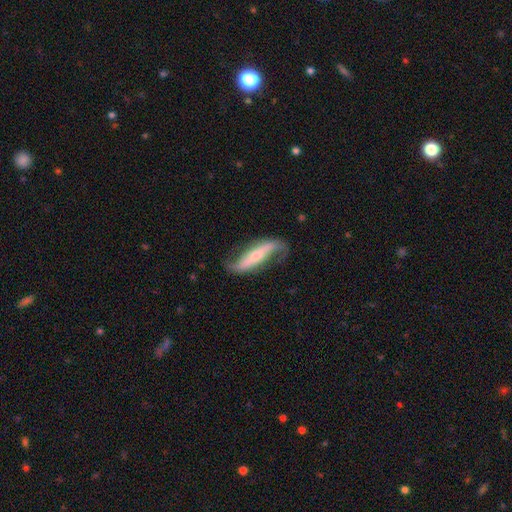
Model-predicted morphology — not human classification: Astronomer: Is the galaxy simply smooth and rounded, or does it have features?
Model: featured or disk — 79%.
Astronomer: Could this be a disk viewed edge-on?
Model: no — 78%.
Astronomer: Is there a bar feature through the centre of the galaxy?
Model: strong — 54%.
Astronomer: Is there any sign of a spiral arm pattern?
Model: yes — 92%.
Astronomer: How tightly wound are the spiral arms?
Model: loose — 77%.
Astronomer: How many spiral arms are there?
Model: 2 — 88%.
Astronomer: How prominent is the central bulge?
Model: small — 57%.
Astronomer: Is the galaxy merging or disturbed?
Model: none — 66%.